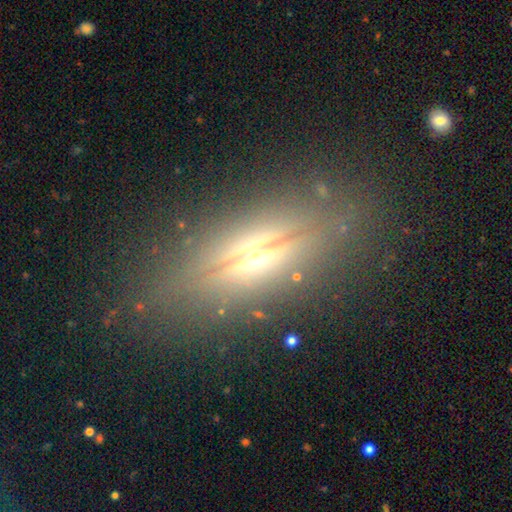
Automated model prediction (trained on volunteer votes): Overall: featured or disk (70%). Edge-on disk: yes (88%). Edge-on bulge: rounded (91%). Merging: none (81%).